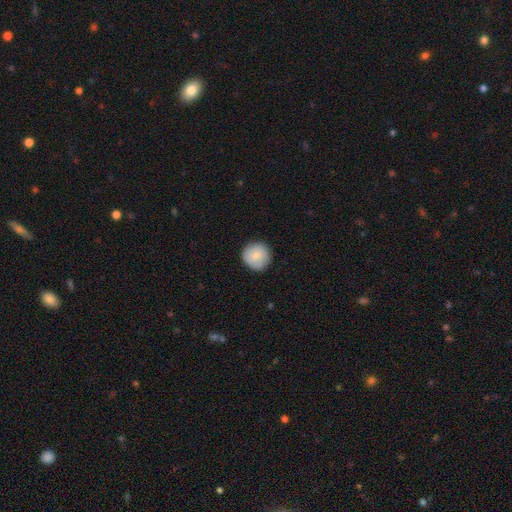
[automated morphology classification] This is clearly a smooth galaxy (81%). How rounded: clearly round (94%). Merging: clearly none (86%).